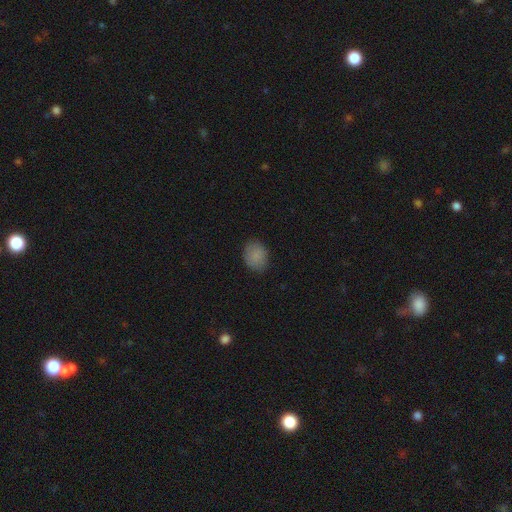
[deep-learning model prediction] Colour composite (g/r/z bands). It shows a smooth galaxy with no disk features (86%) that is in between round and cigar-shaped (51%). Merging: none (81%).